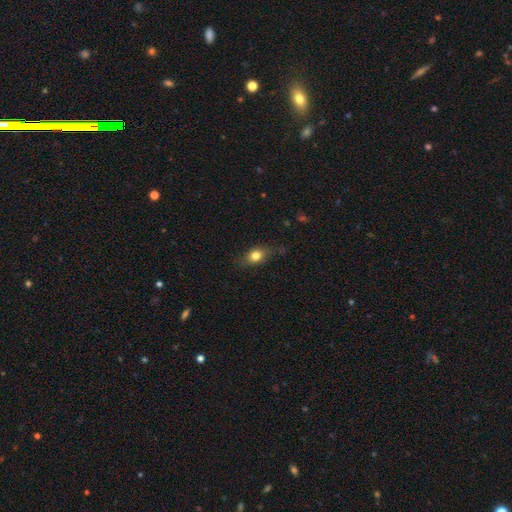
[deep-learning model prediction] A smooth galaxy with no disk features (76%) that is in between round and cigar-shaped (64%).

Vote fractions:
- Smooth or featured? smooth: 76% / featured or disk: 15% / star or artifact: 9%
- How rounded? in between: 64% / round: 29% / cigar-shaped: 7%
- Merging? none: 68% / minor disturbance: 23% / major disturbance: 7% / merger: 2%